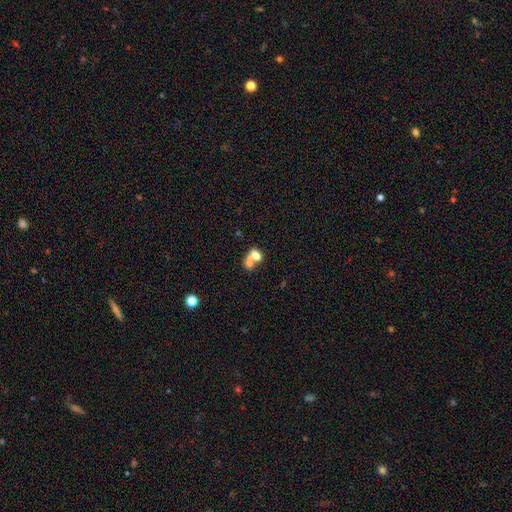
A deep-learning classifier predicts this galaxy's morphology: smooth-or-featured: smooth: 68% | featured or disk: 22% | star or artifact: 11%
  how-rounded: in between: 72% | round: 26% | cigar-shaped: 2%
  merging: merger: 70% | none: 18% | minor disturbance: 6% | major disturbance: 6%